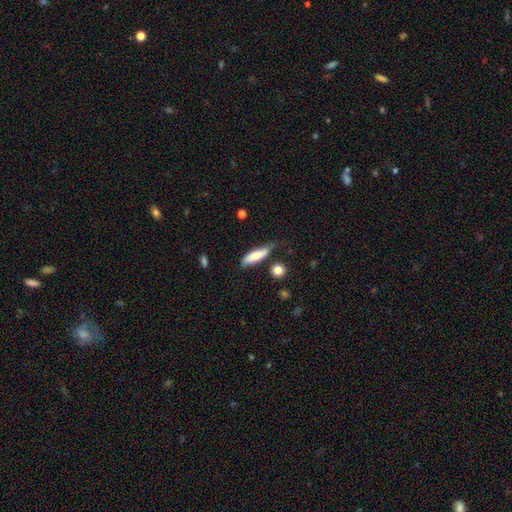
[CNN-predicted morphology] type=smooth (70%); roundness=cigar-shaped (59%); merging=none (58%).